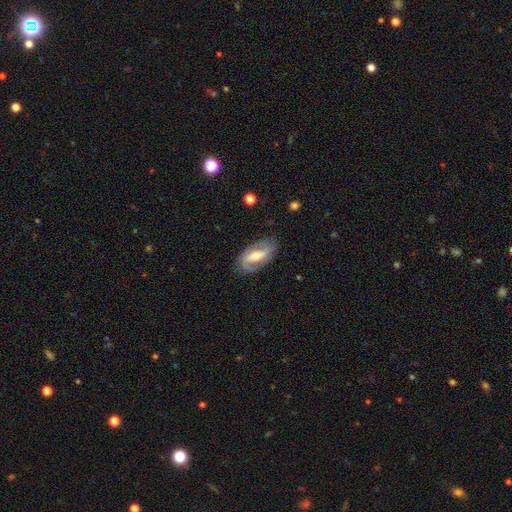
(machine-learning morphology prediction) This is likely a featured or disk galaxy (79%). It is clearly not viewed edge-on (93%). Bar: marginally strong (44%). Spiral arm pattern: clearly yes (87%). Spiral arm count: clearly 2 (83%). Spiral winding: marginally medium (43%). Central bulge: likely moderate (65%). Merging: likely none (79%).